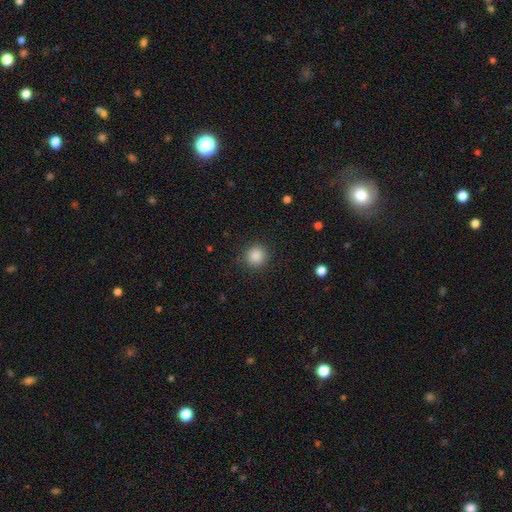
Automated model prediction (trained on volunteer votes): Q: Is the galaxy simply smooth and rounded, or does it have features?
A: smooth — 86%.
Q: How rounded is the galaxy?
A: round — 93%.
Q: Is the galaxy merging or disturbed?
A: none — 88%.